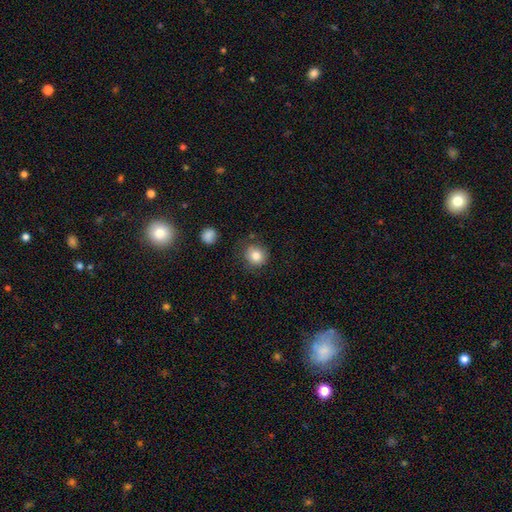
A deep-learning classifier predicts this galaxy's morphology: A smooth galaxy with no disk features (84%) that is round (87%).

Vote fractions:
- Smooth or featured? smooth: 84% / star or artifact: 10% / featured or disk: 7%
- How rounded? round: 87% / in between: 12% / cigar-shaped: 1%
- Merging? none: 78% / minor disturbance: 14% / major disturbance: 4% / merger: 3%